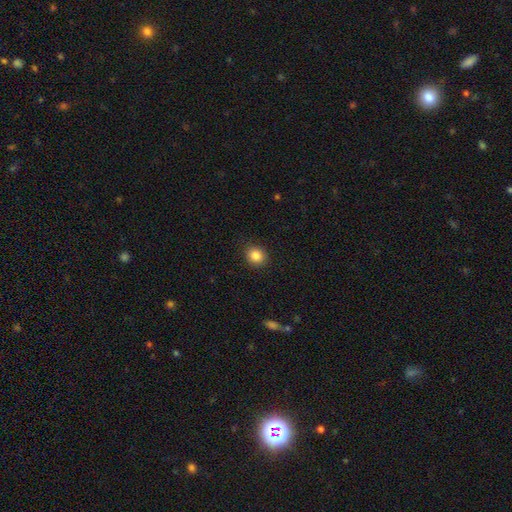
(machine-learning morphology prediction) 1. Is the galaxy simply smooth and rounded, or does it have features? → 86% smooth, 10% star or artifact, 4% featured or disk.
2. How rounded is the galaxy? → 78% round, 21% in between, 1% cigar-shaped.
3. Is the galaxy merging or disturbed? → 89% none, 8% minor disturbance, 2% major disturbance, 1% merger.